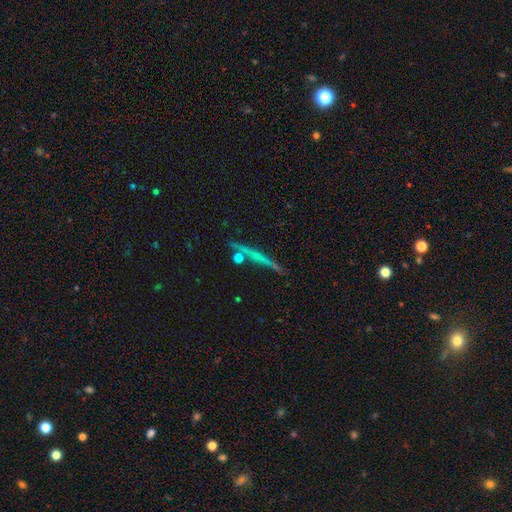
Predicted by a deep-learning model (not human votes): The model was most divided on "smooth or featured": featured or disk: 51%, smooth: 38%, star or artifact: 10%. More confident: edge-on disk — yes (94%); merging — none (79%).